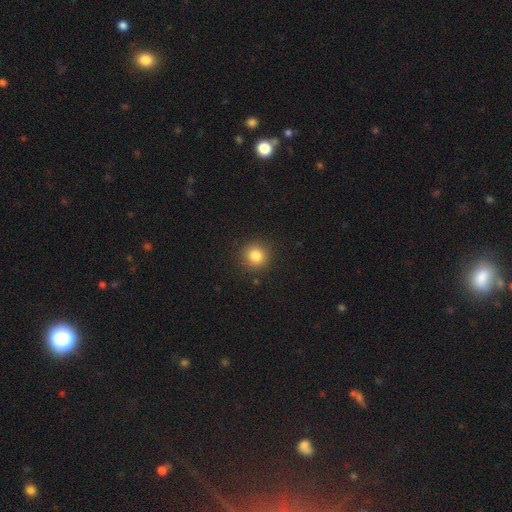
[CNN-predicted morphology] Smooth or featured? smooth (82%)
How rounded? round (91%)
Merging? none (89%)